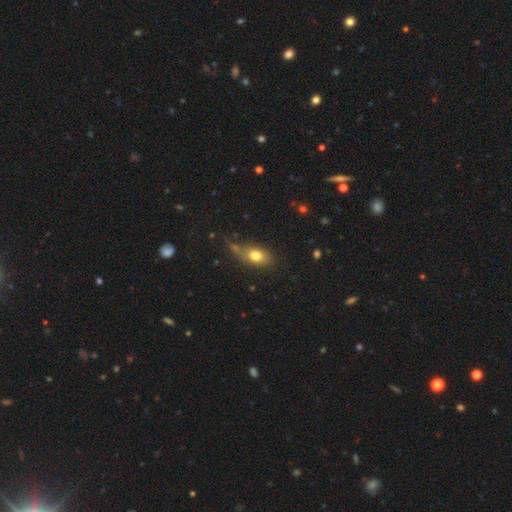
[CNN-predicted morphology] A smooth galaxy with no disk features (76%) that is in between round and cigar-shaped (79%). Merging: none (52%).